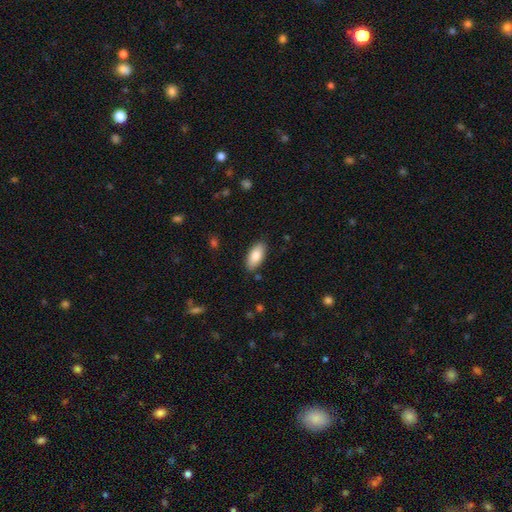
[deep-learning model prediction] smooth_or_featured: smooth (p=0.83) [alt: featured or disk p=0.11]
how_rounded: in between (p=0.90) [alt: cigar-shaped p=0.08]
merging: none (p=0.86) [alt: minor disturbance p=0.10]